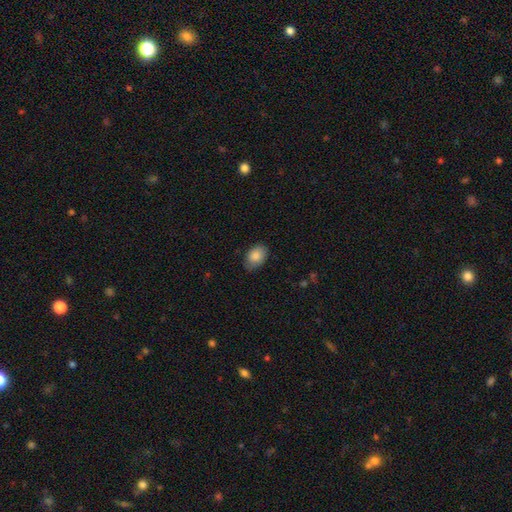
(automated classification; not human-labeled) smooth_or_featured: smooth (p=0.86) [alt: star or artifact p=0.07]
how_rounded: in between (p=0.82) [alt: round p=0.17]
merging: none (p=0.76) [alt: minor disturbance p=0.19]